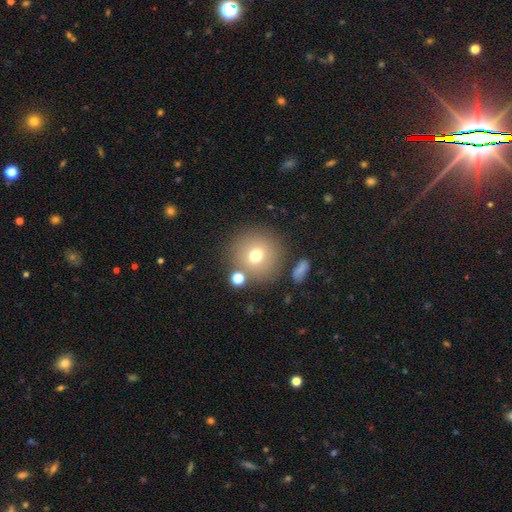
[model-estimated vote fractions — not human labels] Smooth or featured? smooth (71%)
How rounded? round (93%)
Merging? none (79%)